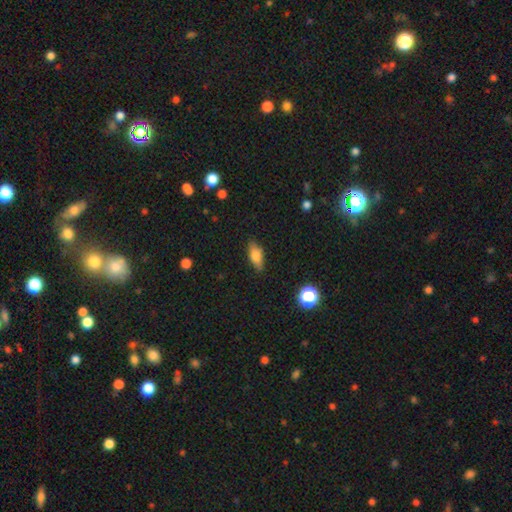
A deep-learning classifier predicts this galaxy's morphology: Smooth or featured?
  - smooth: 72% *
  - featured or disk: 19%
  - star or artifact: 9%
How rounded?
  - in between: 76% *
  - cigar-shaped: 20%
  - round: 5%
Merging?
  - none: 84% *
  - minor disturbance: 12%
  - major disturbance: 2%
  - merger: 1%